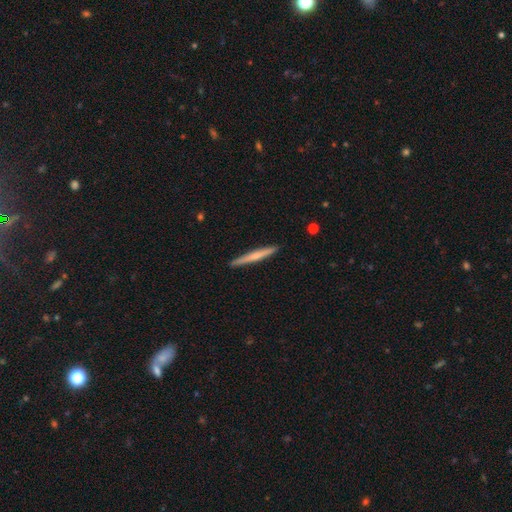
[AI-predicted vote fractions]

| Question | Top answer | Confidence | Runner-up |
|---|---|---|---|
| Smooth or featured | smooth | 51% | featured or disk (44%) |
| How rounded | cigar-shaped | 96% | in between (2%) |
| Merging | none | 92% | minor disturbance (6%) |